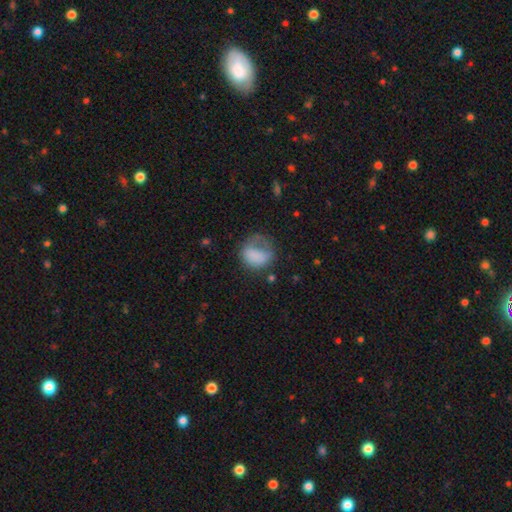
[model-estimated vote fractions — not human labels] This appears to be a smooth galaxy with no disk features (73%) that is round (51%). Merging: major disturbance (40%).